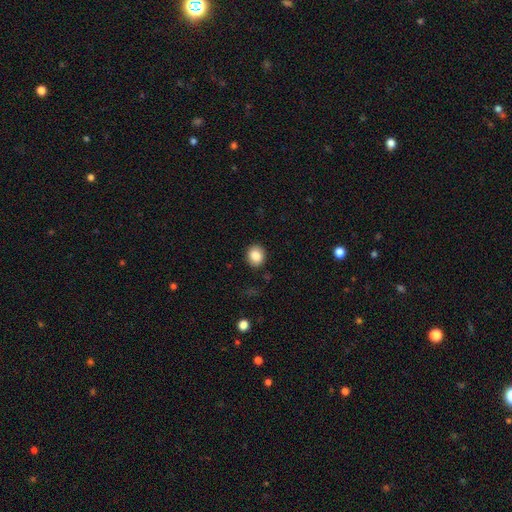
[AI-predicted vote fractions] The model was most divided on "how rounded": round: 70%, in between: 29%, cigar-shaped: 1%. More confident: merging — none (89%); smooth or featured — smooth (86%).